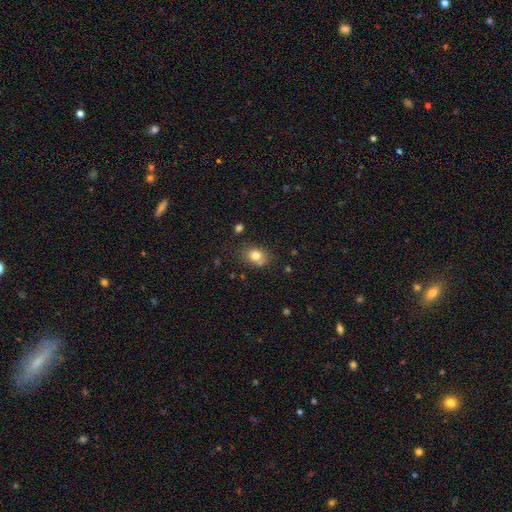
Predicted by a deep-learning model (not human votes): A smooth galaxy with no disk features (79%) that is in between round and cigar-shaped (52%).

Vote fractions:
- Smooth or featured? smooth: 79% / star or artifact: 11% / featured or disk: 10%
- How rounded? in between: 52% / round: 46% / cigar-shaped: 1%
- Merging? none: 71% / minor disturbance: 18% / merger: 6% / major disturbance: 4%